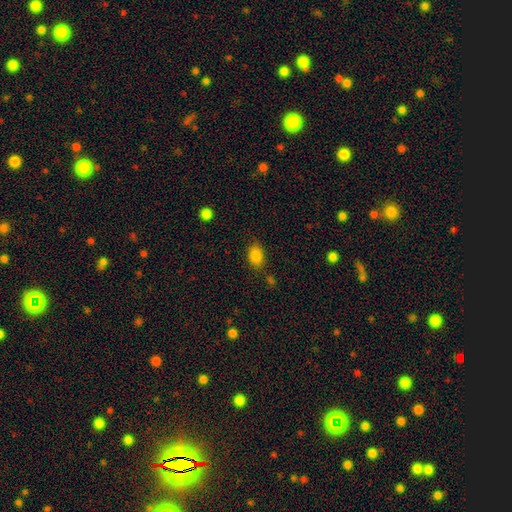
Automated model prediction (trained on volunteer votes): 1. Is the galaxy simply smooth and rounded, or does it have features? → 84% smooth, 10% star or artifact, 6% featured or disk.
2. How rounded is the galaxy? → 79% in between, 19% round, 1% cigar-shaped.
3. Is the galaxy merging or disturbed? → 78% none, 14% minor disturbance, 4% merger, 4% major disturbance.